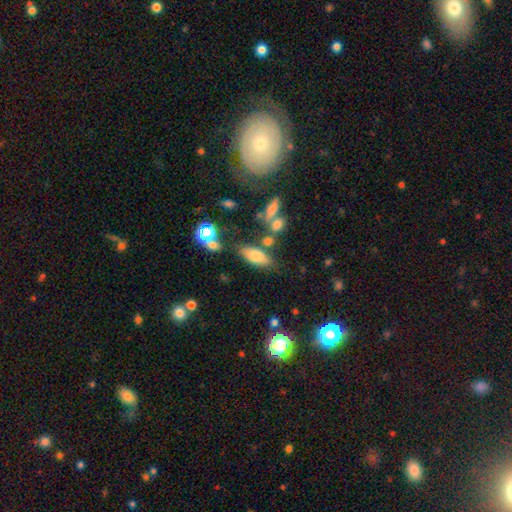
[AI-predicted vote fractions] Smooth or featured? Predicted: smooth (p=0.73). How rounded? Predicted: in between (p=0.81). Merging? Predicted: none (p=0.65).